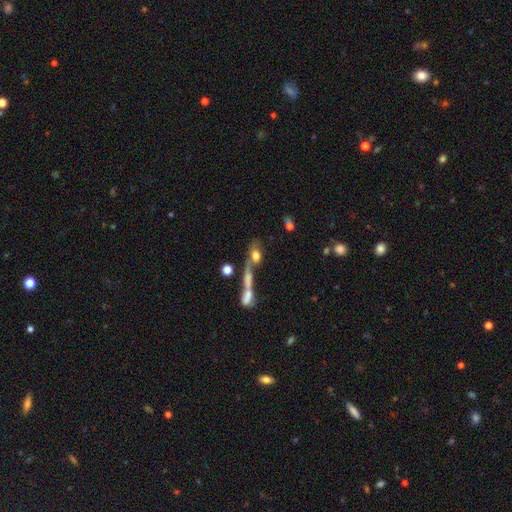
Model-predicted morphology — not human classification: A smooth galaxy with no disk features (60%) that is in between round and cigar-shaped (56%). Merging: merger (53%).